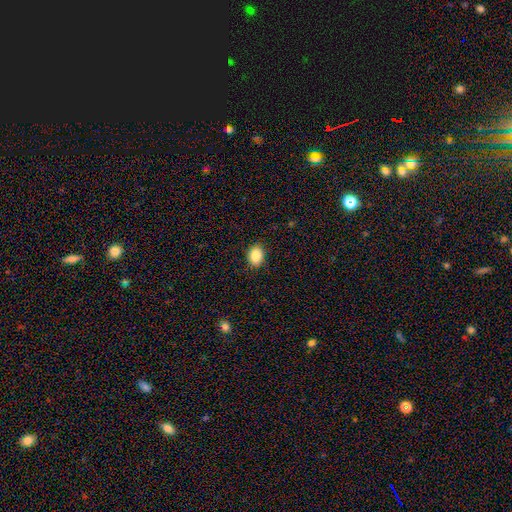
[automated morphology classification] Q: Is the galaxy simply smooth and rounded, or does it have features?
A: smooth — 87%.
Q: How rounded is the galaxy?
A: in between — 69%.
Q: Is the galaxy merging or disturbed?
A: none — 87%.